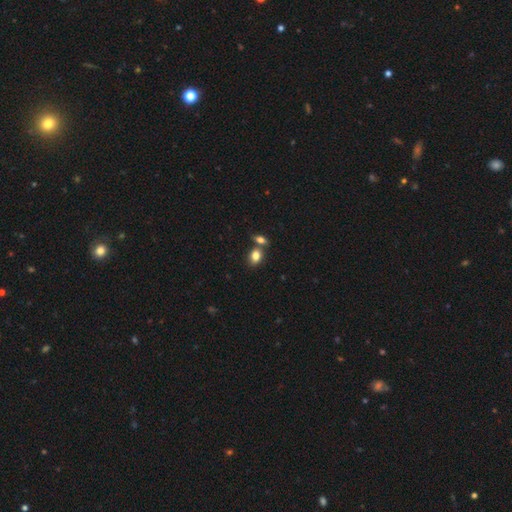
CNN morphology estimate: Smooth or featured?
  - smooth: 82% *
  - star or artifact: 9%
  - featured or disk: 9%
How rounded?
  - in between: 75% *
  - round: 23%
  - cigar-shaped: 2%
Merging?
  - none: 54% *
  - merger: 32%
  - minor disturbance: 10%
  - major disturbance: 3%